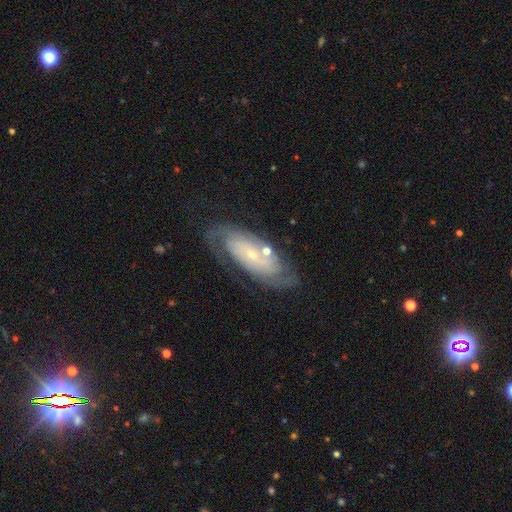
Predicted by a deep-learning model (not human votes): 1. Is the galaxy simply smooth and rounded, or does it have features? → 79% featured or disk, 14% smooth, 8% star or artifact.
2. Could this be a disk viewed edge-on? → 91% no, 9% yes.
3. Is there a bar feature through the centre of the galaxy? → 65% no, 26% weak, 8% strong.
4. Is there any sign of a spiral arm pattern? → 92% yes, 8% no.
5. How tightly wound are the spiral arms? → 63% tight, 29% medium, 8% loose.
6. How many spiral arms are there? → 50% 2, 31% can't tell, 8% 3, 4% 1, 4% 4, 3% more than 4.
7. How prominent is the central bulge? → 76% small, 18% moderate, 3% none, 2% large, 1% dominant.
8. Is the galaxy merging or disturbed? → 72% none, 16% minor disturbance, 7% major disturbance, 6% merger.